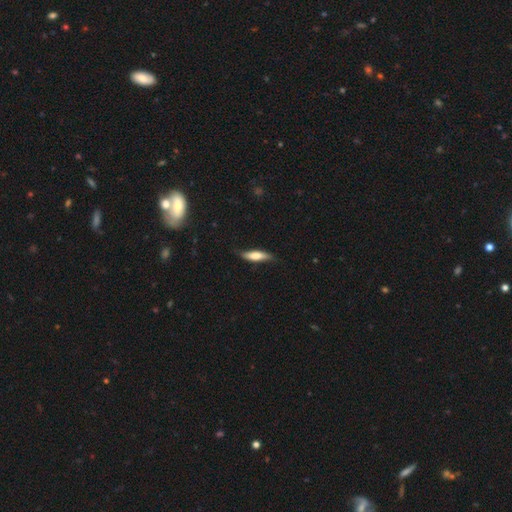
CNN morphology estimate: smooth-or-featured: smooth: 65% | featured or disk: 29% | star or artifact: 6%
  how-rounded: cigar-shaped: 63% | in between: 35% | round: 2%
  merging: none: 71% | minor disturbance: 23% | major disturbance: 5% | merger: 1%